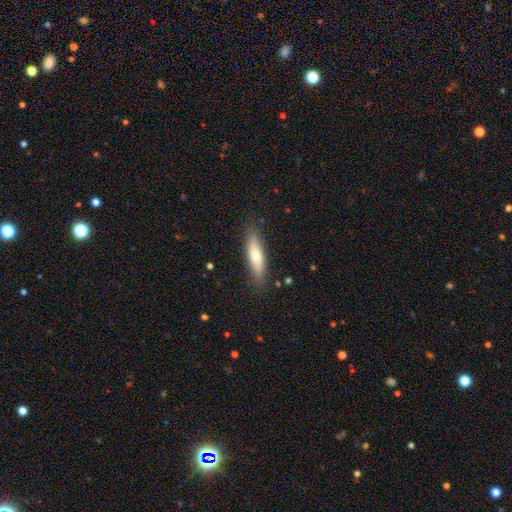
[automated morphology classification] type=smooth (67%); roundness=cigar-shaped (66%); merging=none (85%).